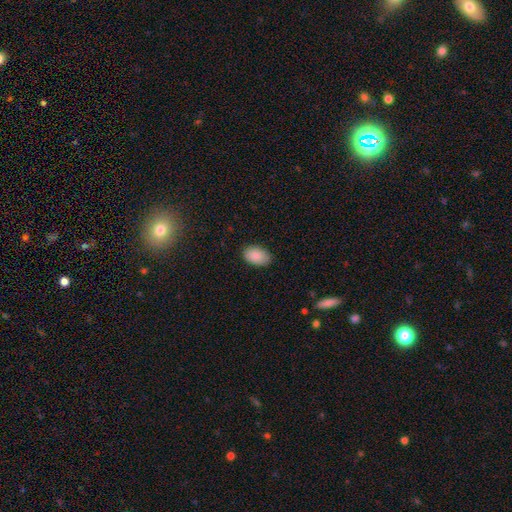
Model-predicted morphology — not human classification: Overall: smooth (89%). How rounded: in between (91%). Merging: none (86%).